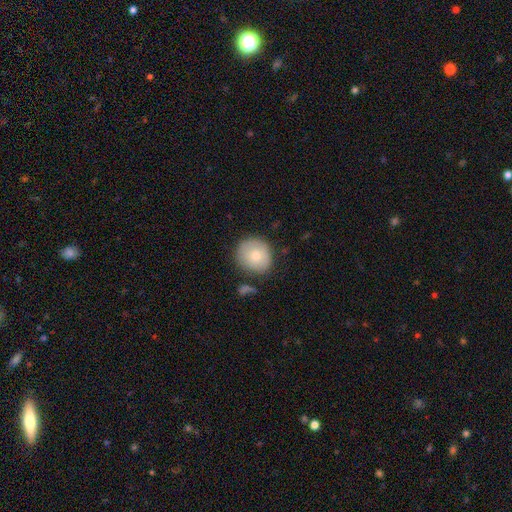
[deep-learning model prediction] This appears to be a smooth galaxy with no disk features (77%) that is round (84%). Merging: none (75%).